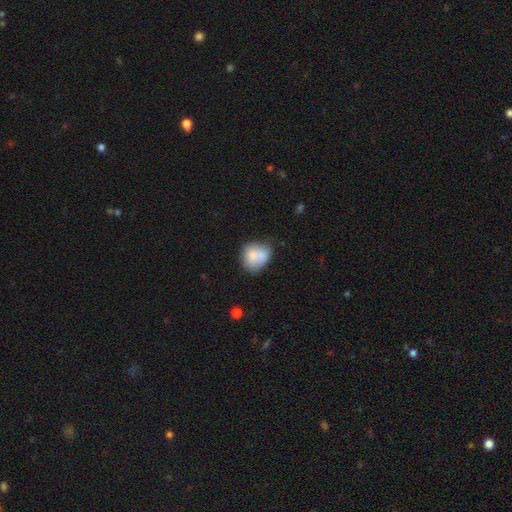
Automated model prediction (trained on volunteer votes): Q: Smooth or featured?
A: smooth (76%); runner-up: featured or disk (16%)
Q: How rounded?
A: round (64%); runner-up: in between (35%)
Q: Merging?
A: none (42%); runner-up: merger (28%)